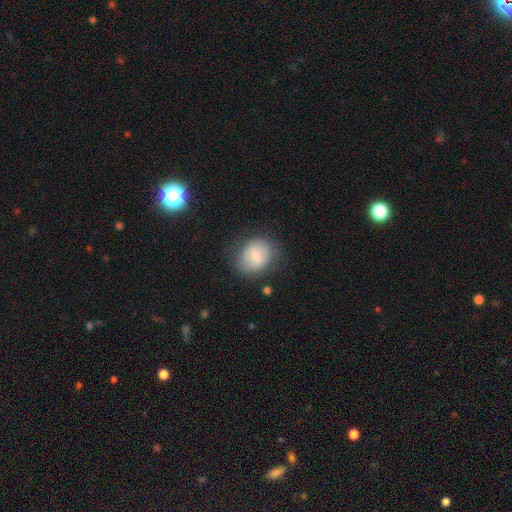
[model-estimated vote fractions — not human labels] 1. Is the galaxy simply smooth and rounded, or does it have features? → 68% smooth, 24% featured or disk, 7% star or artifact.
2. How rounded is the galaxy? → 56% round, 43% in between, 1% cigar-shaped.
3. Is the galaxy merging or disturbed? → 71% none, 19% minor disturbance, 8% major disturbance, 2% merger.